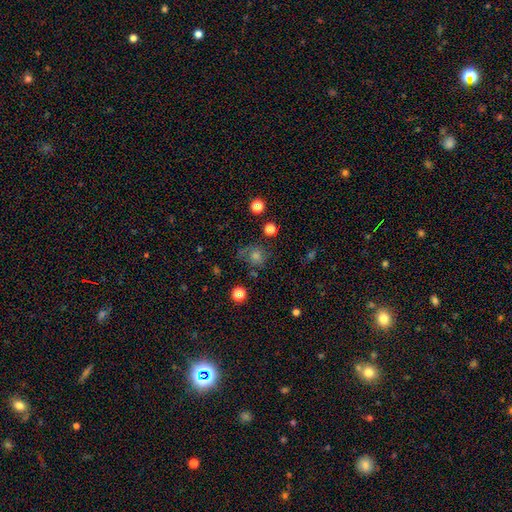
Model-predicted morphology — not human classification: Smooth or featured? smooth (48%)
Merging? none (62%)